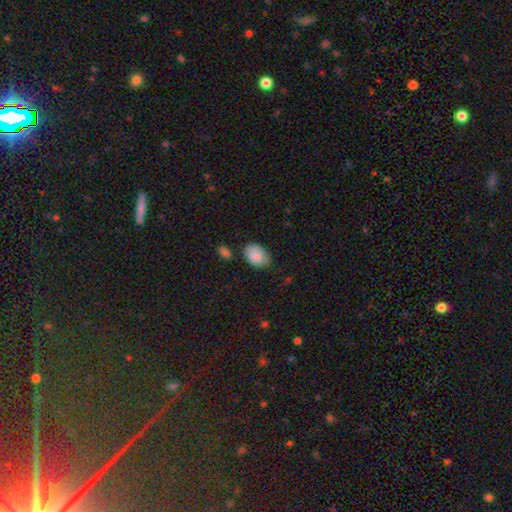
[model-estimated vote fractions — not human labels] Overall: smooth (86%). How rounded: in between (88%). Merging: none (73%).